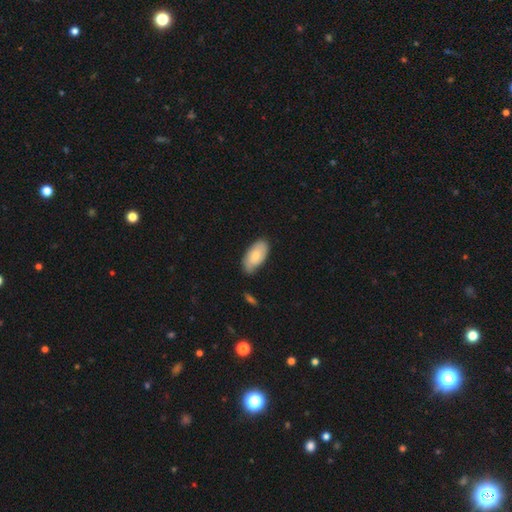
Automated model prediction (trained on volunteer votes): Morphology: type=smooth (67%); roundness=in between (94%); merging=none (66%).